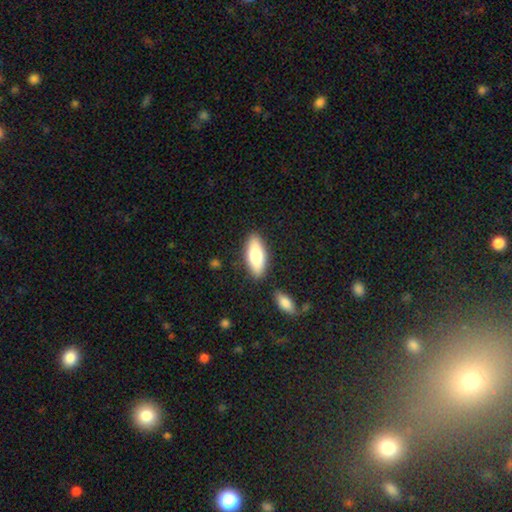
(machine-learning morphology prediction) A smooth galaxy with no disk features (78%) that is in between round and cigar-shaped (74%).

Vote fractions:
- Smooth or featured? smooth: 78% / featured or disk: 17% / star or artifact: 6%
- How rounded? in between: 74% / cigar-shaped: 24% / round: 2%
- Merging? none: 83% / minor disturbance: 10% / merger: 5% / major disturbance: 2%